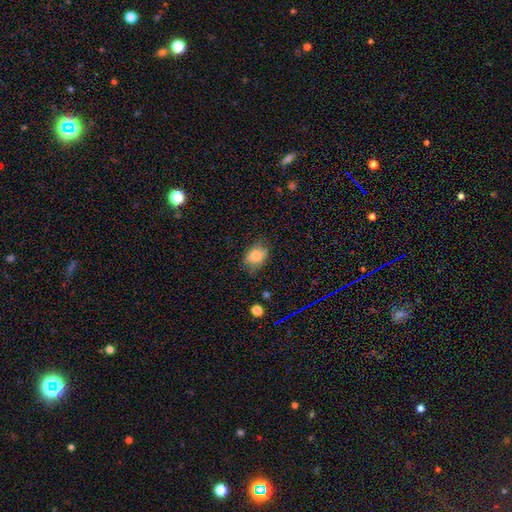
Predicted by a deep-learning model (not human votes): This is clearly a smooth galaxy (80%). How rounded: likely in between (68%). Merging: likely none (69%).